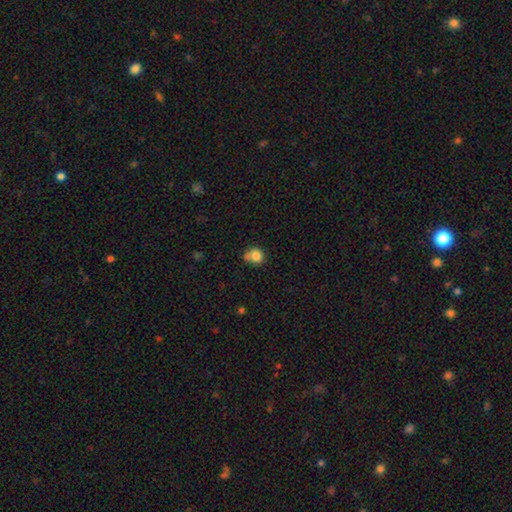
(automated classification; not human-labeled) This is clearly a smooth galaxy (81%). How rounded: likely round (74%). Merging: possibly none (51%).